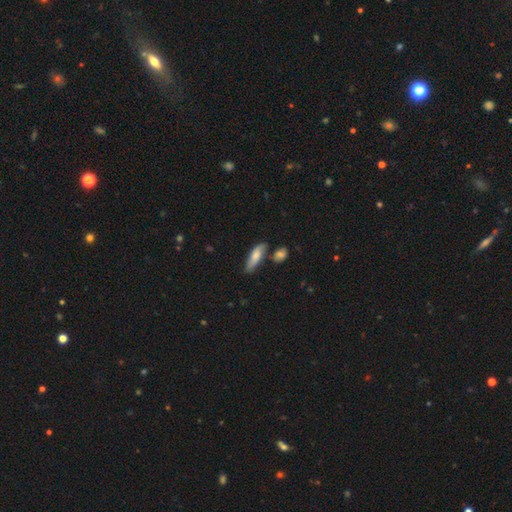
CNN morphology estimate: smooth-or-featured: smooth: 66% | featured or disk: 27% | star or artifact: 7%
  how-rounded: in between: 50% | cigar-shaped: 47% | round: 3%
  merging: none: 59% | minor disturbance: 23% | merger: 12% | major disturbance: 6%